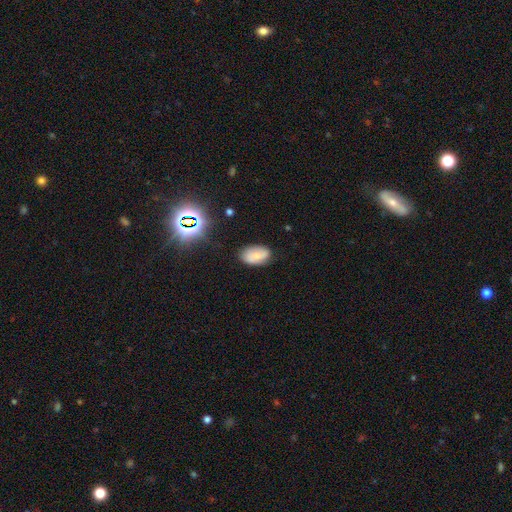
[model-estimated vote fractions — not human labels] A smooth galaxy with no disk features (67%) that is in between round and cigar-shaped (92%).

Vote fractions:
- Smooth or featured? smooth: 67% / featured or disk: 22% / star or artifact: 11%
- How rounded? in between: 92% / round: 6% / cigar-shaped: 2%
- Merging? none: 79% / minor disturbance: 15% / major disturbance: 3% / merger: 2%